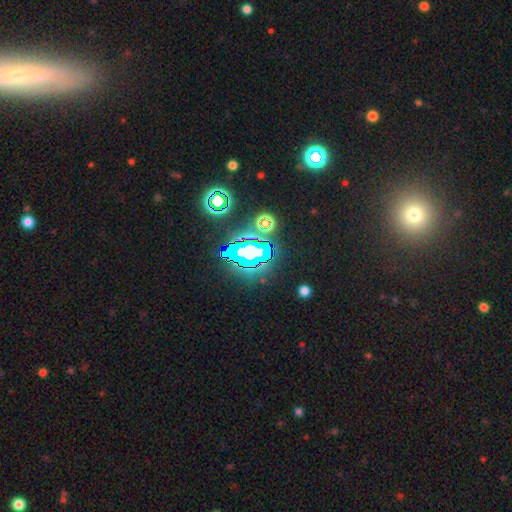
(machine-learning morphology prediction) star or artifact 76%, smooth 13%, featured or disk 11%.